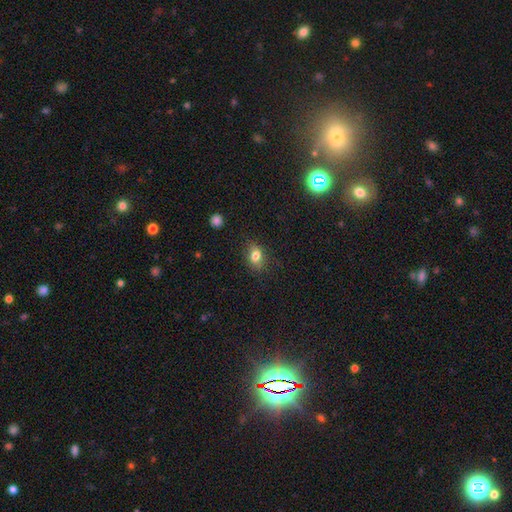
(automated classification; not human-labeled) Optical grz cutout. It shows a smooth galaxy with no disk features (81%) that is in between round and cigar-shaped (68%). Merging: none (80%).